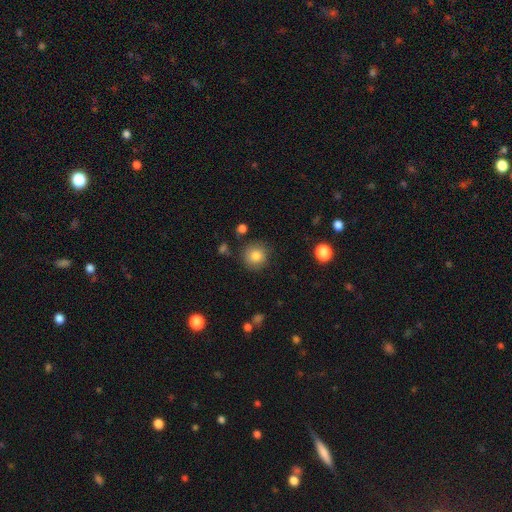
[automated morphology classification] type=smooth (81%); roundness=round (92%); merging=none (84%).